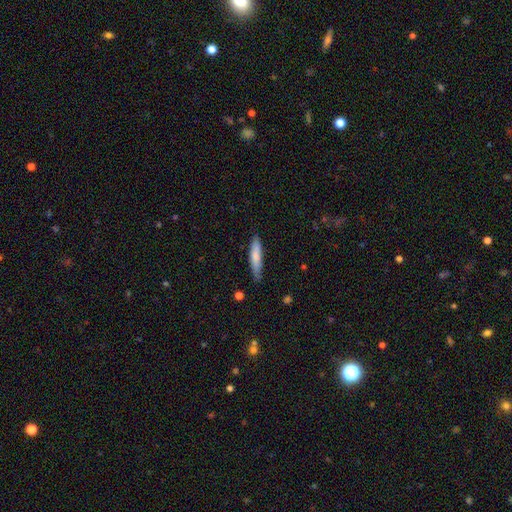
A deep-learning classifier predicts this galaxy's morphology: Q: Smooth or featured?
A: smooth (76%); runner-up: featured or disk (19%)
Q: How rounded?
A: cigar-shaped (83%); runner-up: in between (16%)
Q: Merging?
A: none (79%); runner-up: minor disturbance (17%)